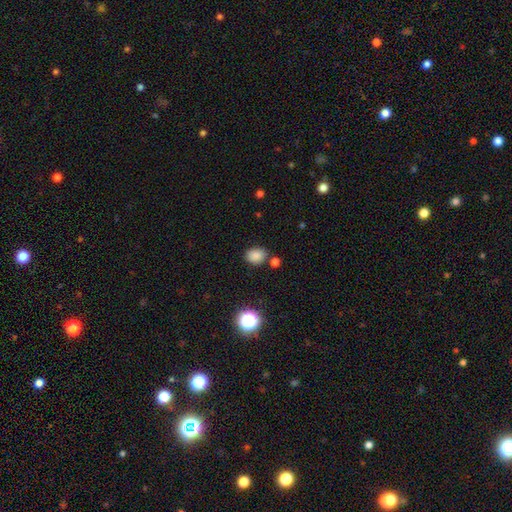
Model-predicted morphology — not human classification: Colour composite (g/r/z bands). It shows a smooth galaxy with no disk features (84%) that is in between round and cigar-shaped (55%). Merging: none (77%).